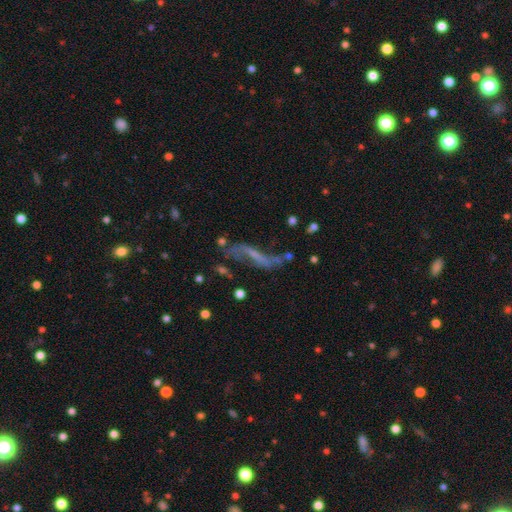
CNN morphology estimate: Q: Smooth or featured?
A: featured or disk (62%); runner-up: smooth (24%)
Q: Edge-on disk?
A: no (76%); runner-up: yes (24%)
Q: Merging?
A: none (41%); runner-up: major disturbance (26%)